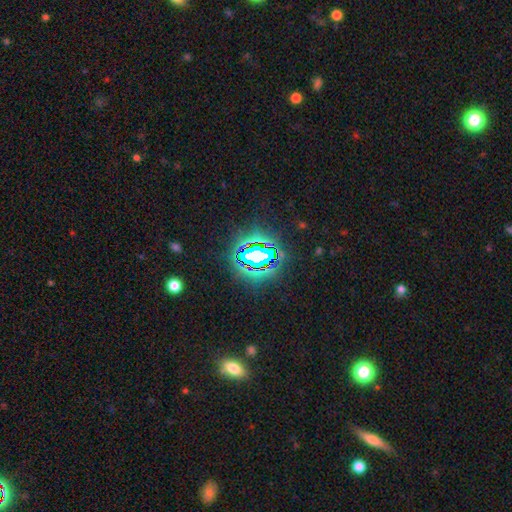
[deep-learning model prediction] Q: Smooth or featured?
A: star or artifact (74%); runner-up: smooth (14%)